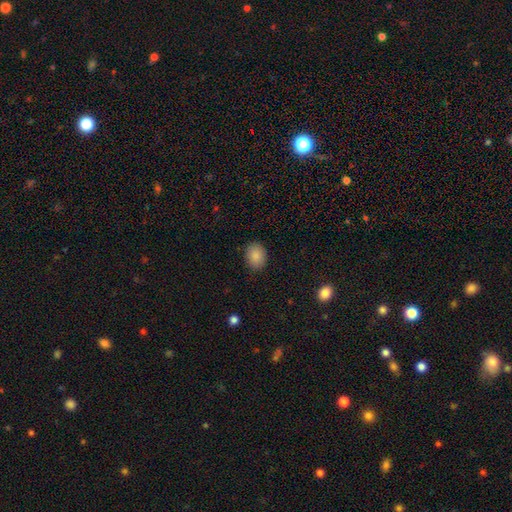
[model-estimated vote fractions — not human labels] Q: Smooth or featured?
A: smooth (88%); runner-up: star or artifact (8%)
Q: How rounded?
A: in between (59%); runner-up: round (40%)
Q: Merging?
A: none (86%); runner-up: minor disturbance (10%)